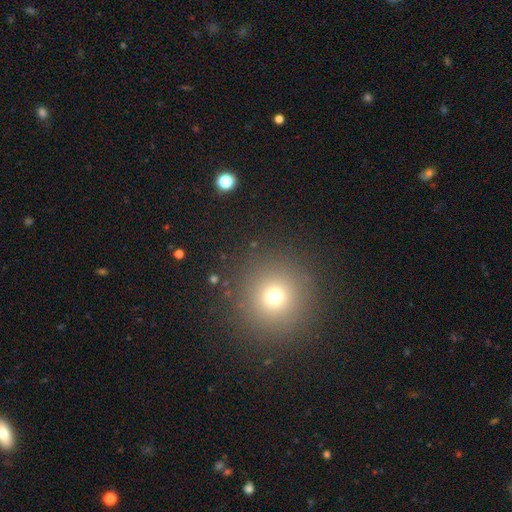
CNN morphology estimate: smooth-or-featured: smooth: 65% | star or artifact: 27% | featured or disk: 8%
  how-rounded: round: 94% | in between: 5% | cigar-shaped: 1%
  merging: none: 90% | minor disturbance: 5% | major disturbance: 3% | merger: 2%